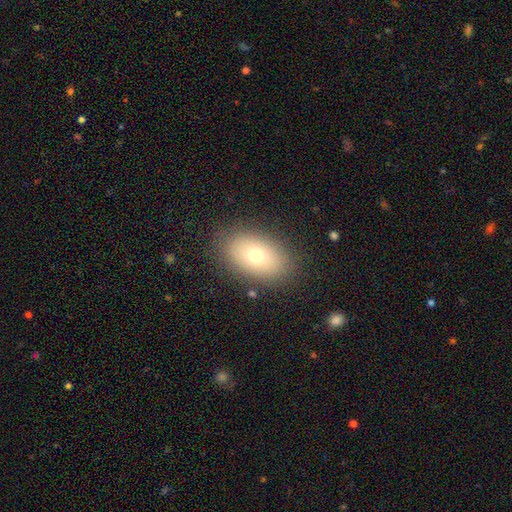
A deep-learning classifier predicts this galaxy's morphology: The model was most divided on "smooth or featured": smooth: 70%, featured or disk: 19%, star or artifact: 11%. More confident: how rounded — in between (86%); merging — none (86%).